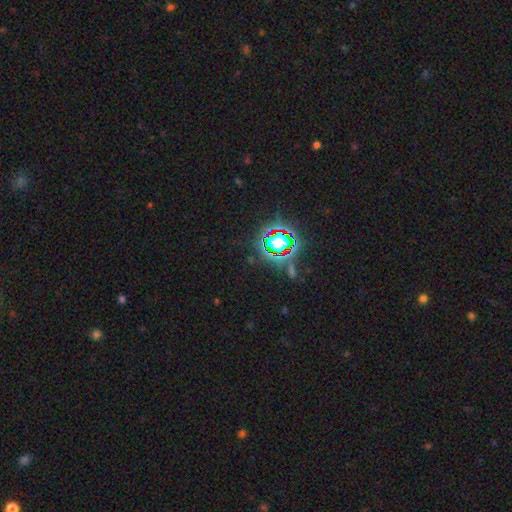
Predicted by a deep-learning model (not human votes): A star or artifact, not a galaxy (82%).